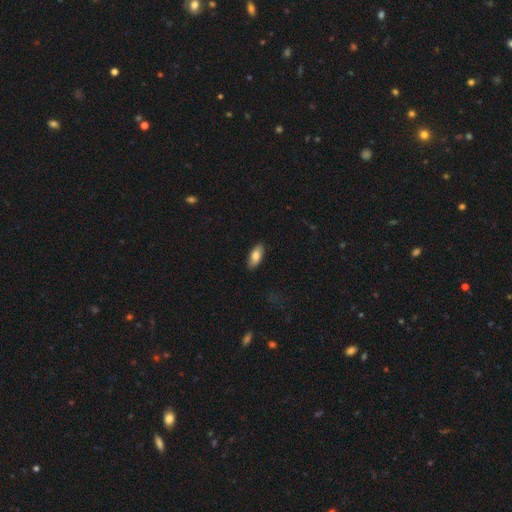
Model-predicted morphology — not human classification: Q: Smooth or featured?
A: smooth (79%); runner-up: featured or disk (15%)
Q: How rounded?
A: in between (85%); runner-up: cigar-shaped (13%)
Q: Merging?
A: none (88%); runner-up: minor disturbance (9%)